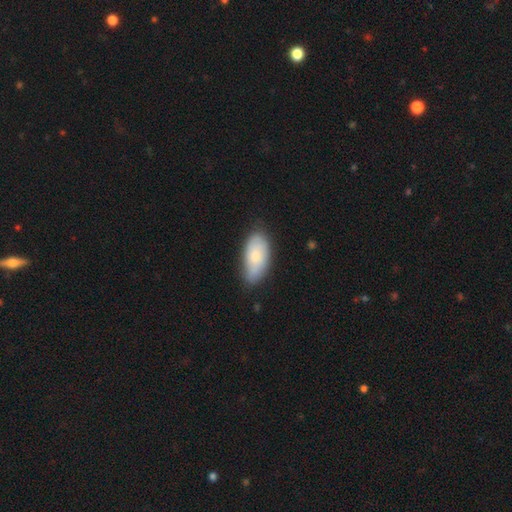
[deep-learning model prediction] A smooth galaxy with no disk features (74%) that is in between round and cigar-shaped (92%). Merging: none (73%).